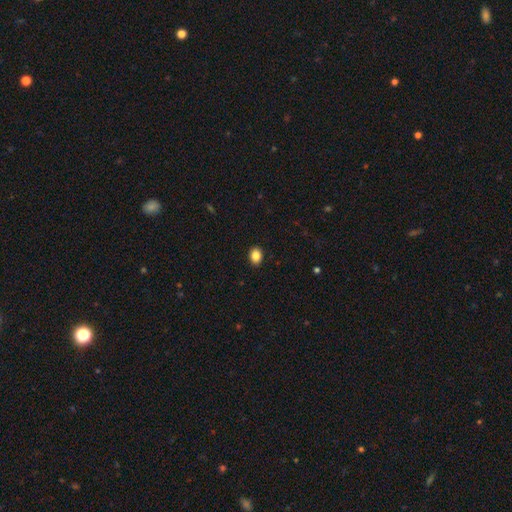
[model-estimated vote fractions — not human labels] Smooth or featured? smooth (87%)
How rounded? in between (70%)
Merging? none (91%)